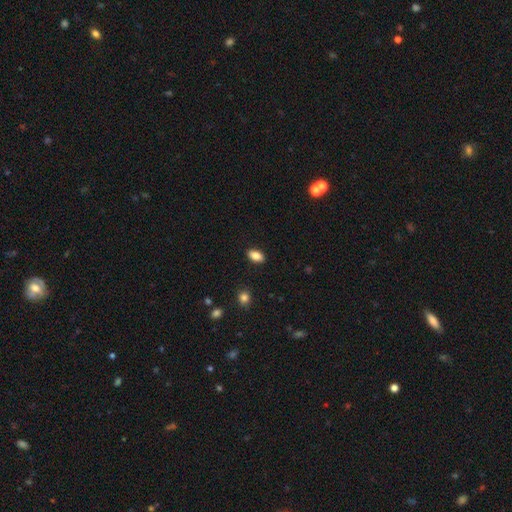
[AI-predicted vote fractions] This appears to be a smooth galaxy with no disk features (85%) that is in between round and cigar-shaped (90%). Merging: none (89%).